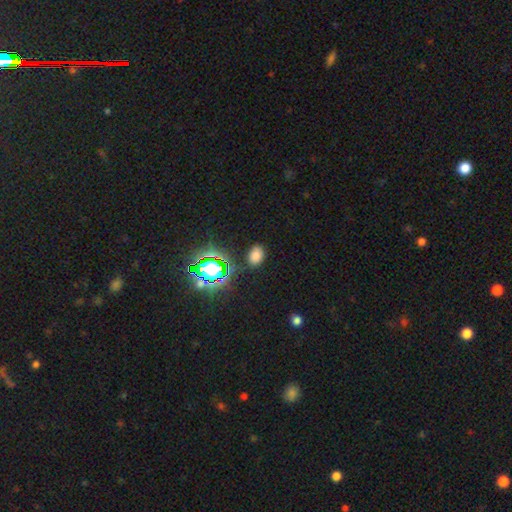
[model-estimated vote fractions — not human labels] smooth 69%, star or artifact 25%, featured or disk 7%. Down the decision tree: how rounded — in between (80%); merging — none (82%).